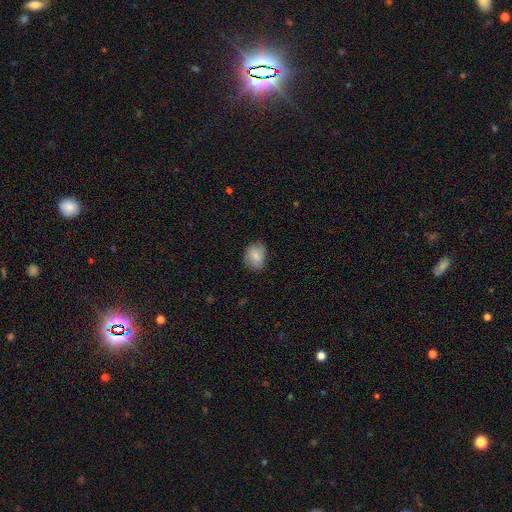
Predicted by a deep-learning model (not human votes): smooth_or_featured: smooth (p=0.77) [alt: featured or disk p=0.16]
how_rounded: in between (p=0.53) [alt: round p=0.46]
merging: none (p=0.75) [alt: minor disturbance p=0.20]